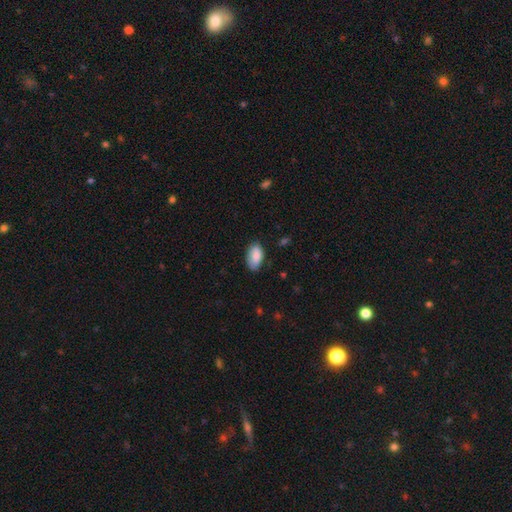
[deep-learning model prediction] smooth-or-featured: smooth: 86% | featured or disk: 8% | star or artifact: 6%
  how-rounded: in between: 95% | round: 3% | cigar-shaped: 2%
  merging: none: 77% | minor disturbance: 19% | major disturbance: 3% | merger: 1%